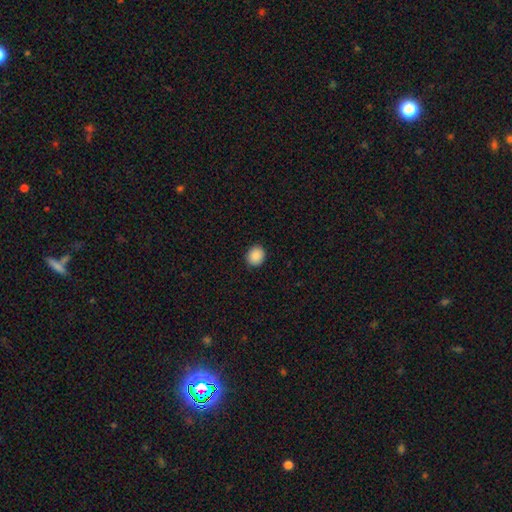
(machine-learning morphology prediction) A smooth galaxy with no disk features (89%) that is round (78%). Merging: none (91%).